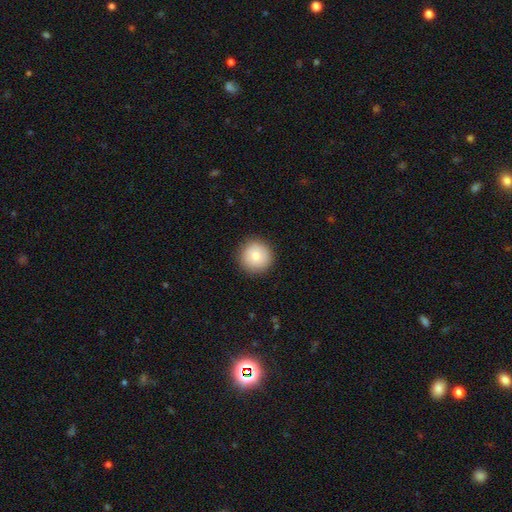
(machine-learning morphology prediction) A smooth galaxy with no disk features (80%) that is round (95%). Merging: none (90%).